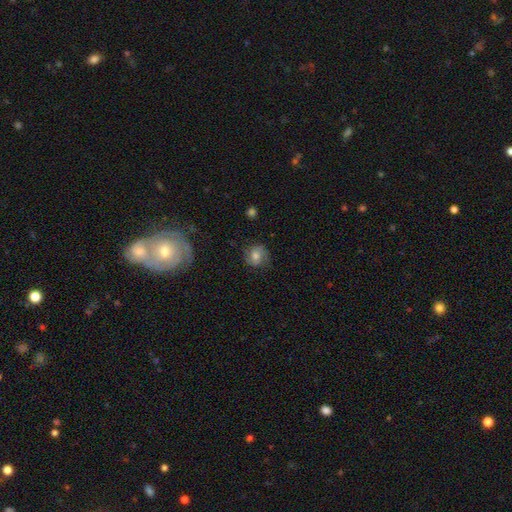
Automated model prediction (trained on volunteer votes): Morphology: type=smooth (53%); roundness=round (79%); merging=none (73%).